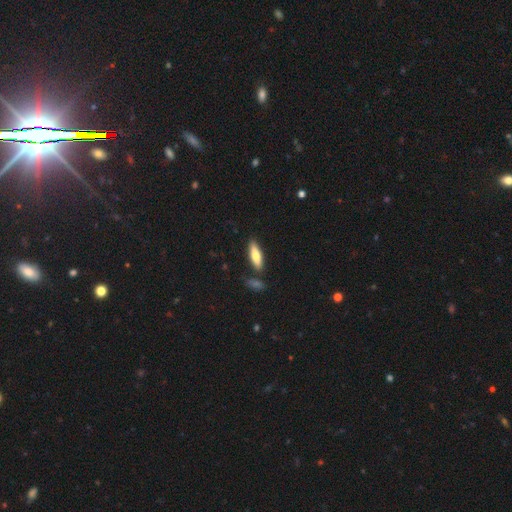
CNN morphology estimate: Smooth or featured: smooth — 71% (featured or disk — 23%)
How rounded: cigar-shaped — 51% (in between — 47%)
Merging: none — 81% (minor disturbance — 11%)